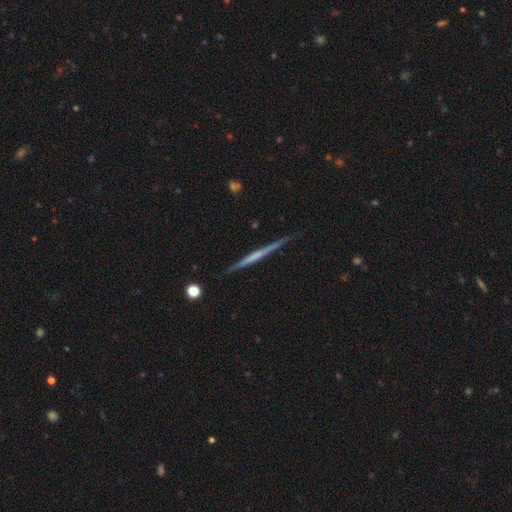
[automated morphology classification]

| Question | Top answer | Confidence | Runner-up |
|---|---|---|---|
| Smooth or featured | featured or disk | 66% | smooth (28%) |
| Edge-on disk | yes | 98% | no (2%) |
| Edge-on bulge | none | 79% | rounded (14%) |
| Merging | none | 89% | minor disturbance (8%) |